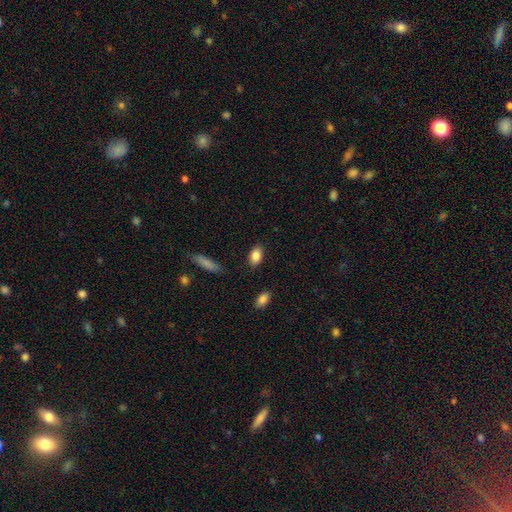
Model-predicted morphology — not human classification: smooth 86%, star or artifact 8%, featured or disk 7%. Down the decision tree: how rounded — in between (87%); merging — none (85%).